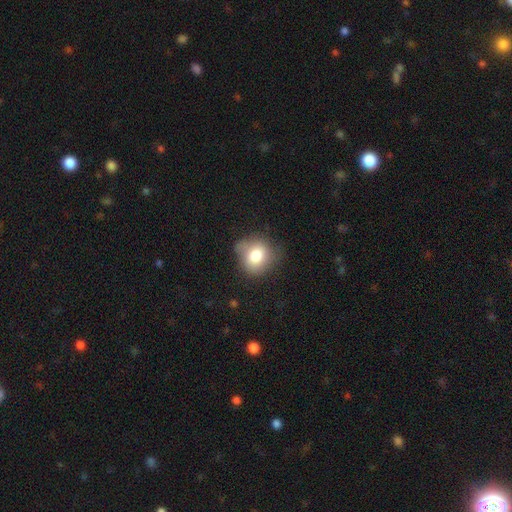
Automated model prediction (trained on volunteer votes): Smooth or featured: smooth — 78% (featured or disk — 13%)
How rounded: round — 73% (in between — 26%)
Merging: none — 61% (minor disturbance — 27%)